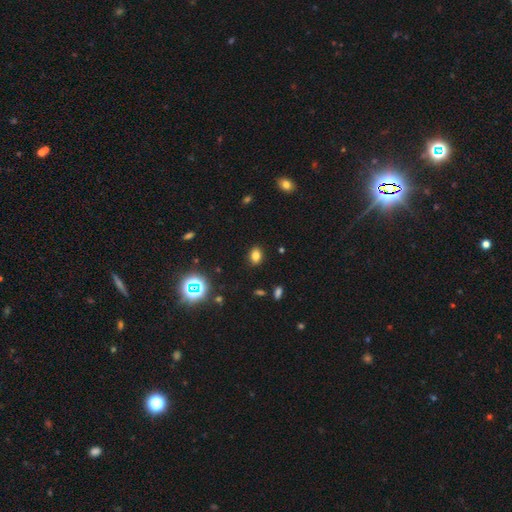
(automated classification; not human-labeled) Overall: smooth (77%). How rounded: in between (68%; round 30%). Merging: none (87%).